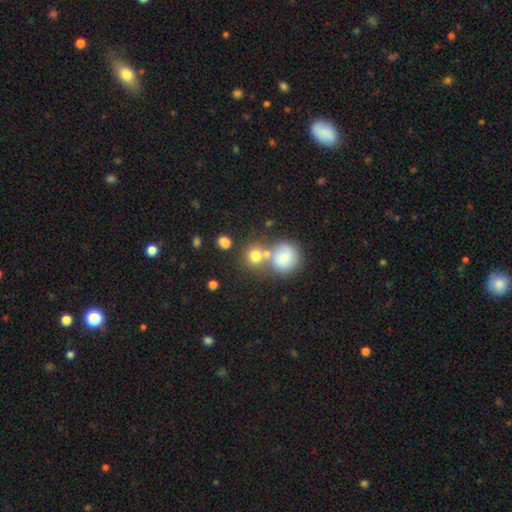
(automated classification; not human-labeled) smooth-or-featured: smooth: 76% | star or artifact: 12% | featured or disk: 12%
  how-rounded: round: 85% | in between: 14% | cigar-shaped: 1%
  merging: none: 52% | merger: 35% | minor disturbance: 9% | major disturbance: 4%